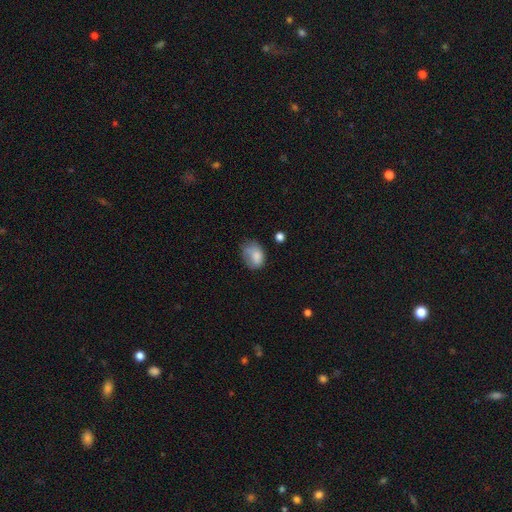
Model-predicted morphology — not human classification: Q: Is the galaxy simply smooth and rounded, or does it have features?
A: smooth — 77%.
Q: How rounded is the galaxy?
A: in between — 69%.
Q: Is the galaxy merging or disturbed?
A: none — 39%.